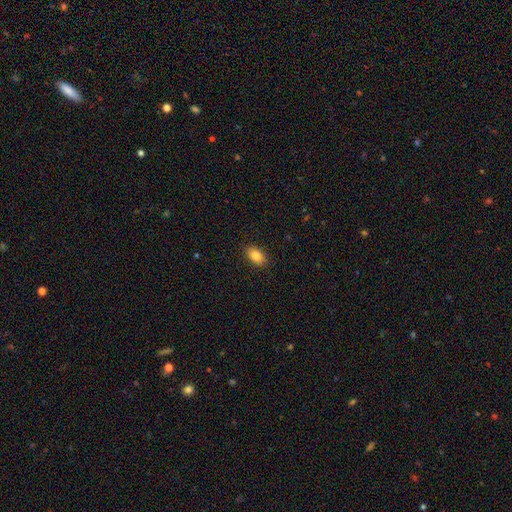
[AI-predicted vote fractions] Overall: smooth (87%). How rounded: in between (91%). Merging: none (88%).